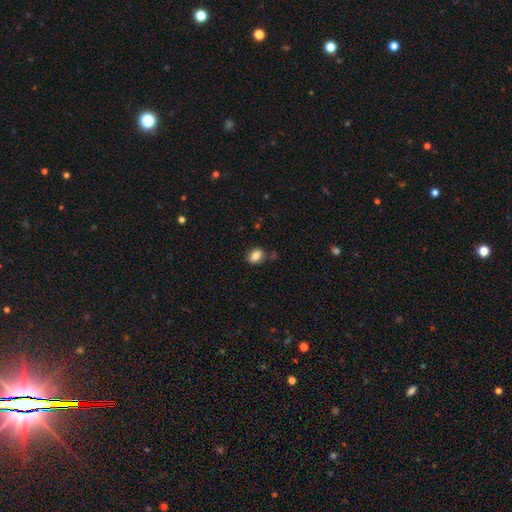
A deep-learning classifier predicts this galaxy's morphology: A smooth galaxy with no disk features (86%) that is in between round and cigar-shaped (67%). Merging: none (78%).